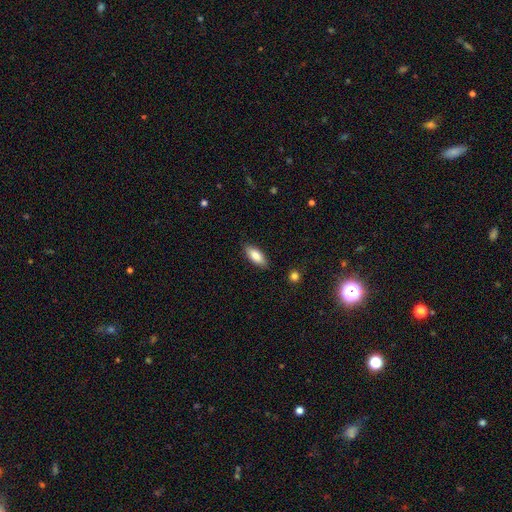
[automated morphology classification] Smooth or featured? Predicted: smooth (p=0.83). How rounded? Predicted: in between (p=0.80). Merging? Predicted: none (p=0.86).